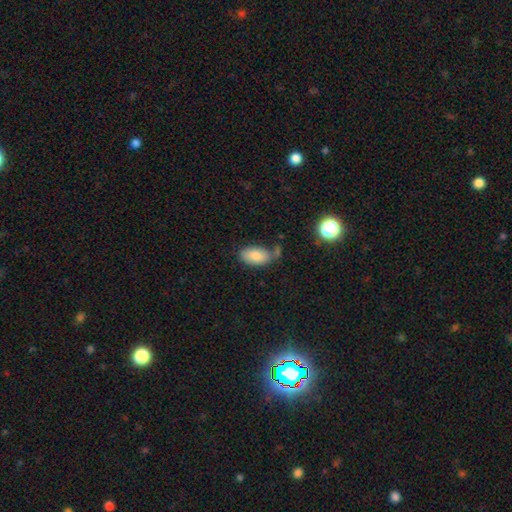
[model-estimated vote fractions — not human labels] Overall: smooth (84%). How rounded: in between (94%). Merging: none (61%; minor disturbance 23%).